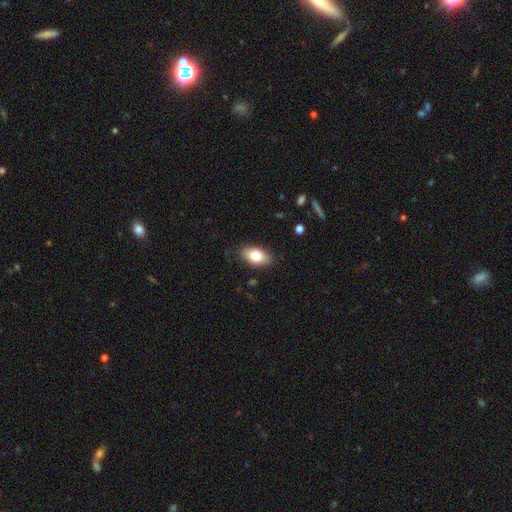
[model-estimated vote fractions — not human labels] smooth-or-featured: smooth: 80% | featured or disk: 13% | star or artifact: 7%
  how-rounded: in between: 91% | round: 5% | cigar-shaped: 3%
  merging: none: 85% | minor disturbance: 12% | major disturbance: 2% | merger: 1%